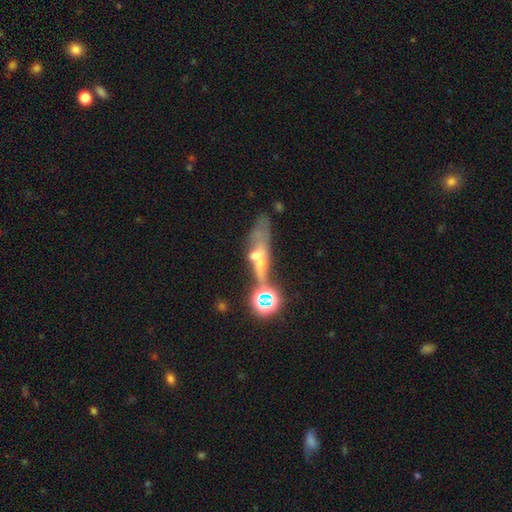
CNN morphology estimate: Q: Smooth or featured?
A: featured or disk (38%); runner-up: smooth (32%)
Q: Merging?
A: none (34%); runner-up: merger (28%)